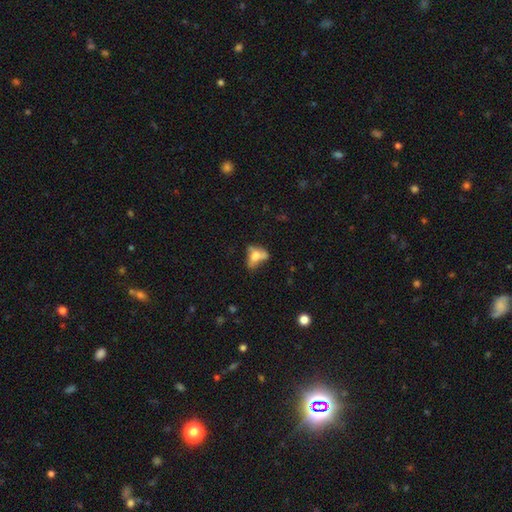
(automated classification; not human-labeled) Smooth or featured? smooth (55%)
How rounded? in between (78%)
Merging? major disturbance (30%)